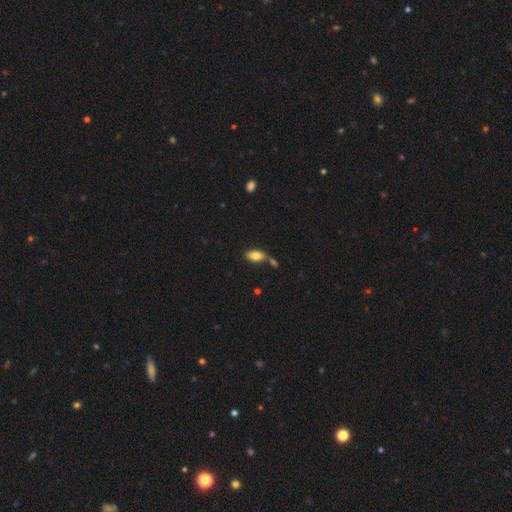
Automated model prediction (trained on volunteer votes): Smooth or featured? Predicted: smooth (p=0.80). How rounded? Predicted: in between (p=0.90). Merging? Predicted: none (p=0.60).